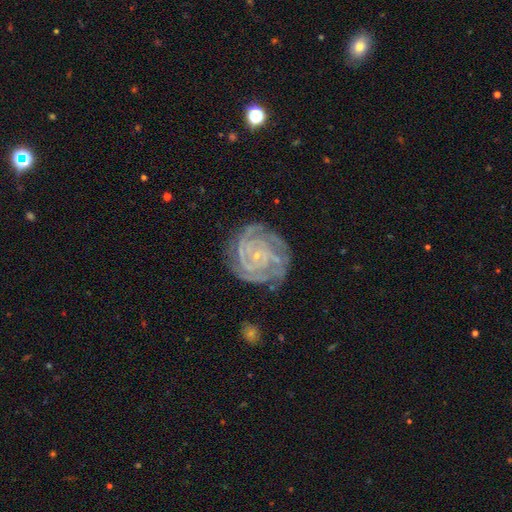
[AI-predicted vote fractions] Overall: featured or disk (89%). Edge-on disk: no (98%). Bar: no (73%). Spiral arms: yes (98%). Spiral arm count: 3 (28%; 4 24%). Spiral winding: tight (82%). Bulge size: small (86%). Merging: none (78%).